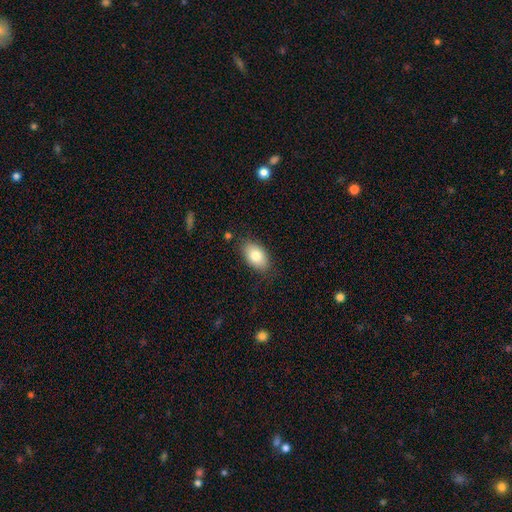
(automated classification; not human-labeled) This appears to be a smooth galaxy with no disk features (81%) that is in between round and cigar-shaped (92%). Merging: none (82%).